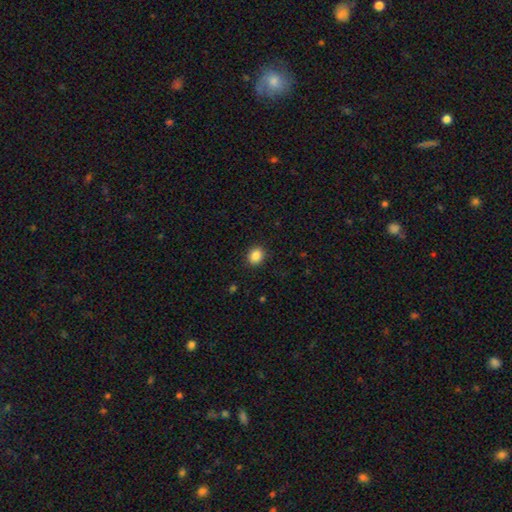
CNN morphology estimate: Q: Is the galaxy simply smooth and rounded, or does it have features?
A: smooth — 86%.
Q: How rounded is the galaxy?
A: round — 66%.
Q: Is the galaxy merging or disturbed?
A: none — 91%.